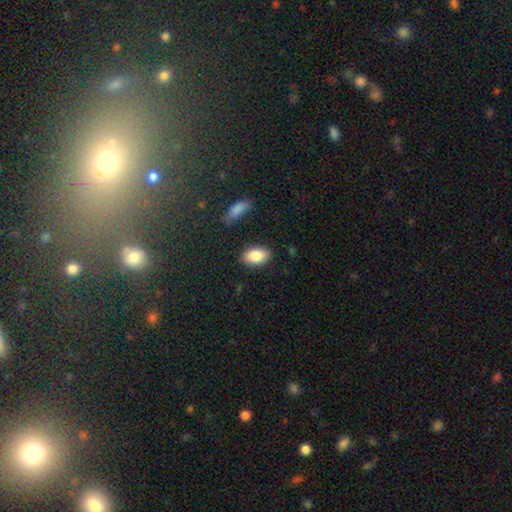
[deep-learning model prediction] Morphology: type=smooth (86%); roundness=in between (92%); merging=none (86%).